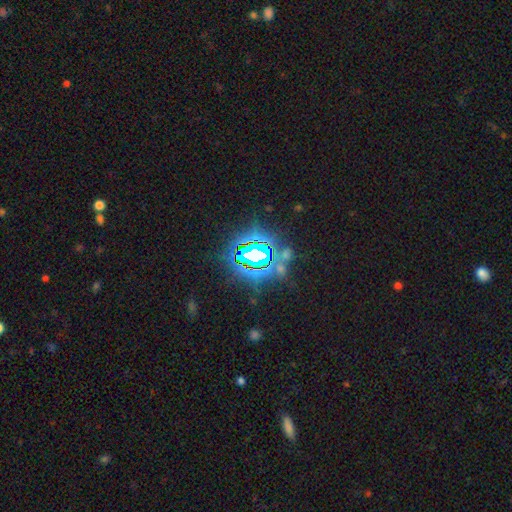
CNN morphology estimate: Smooth or featured: star or artifact — 79% (smooth — 12%)